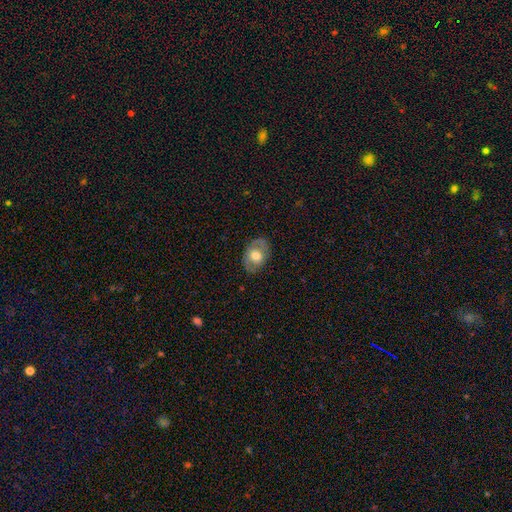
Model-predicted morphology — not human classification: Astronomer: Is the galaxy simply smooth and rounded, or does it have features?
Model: smooth — 48% (runner-up: featured or disk, 45%).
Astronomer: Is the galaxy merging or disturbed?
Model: none — 78%.